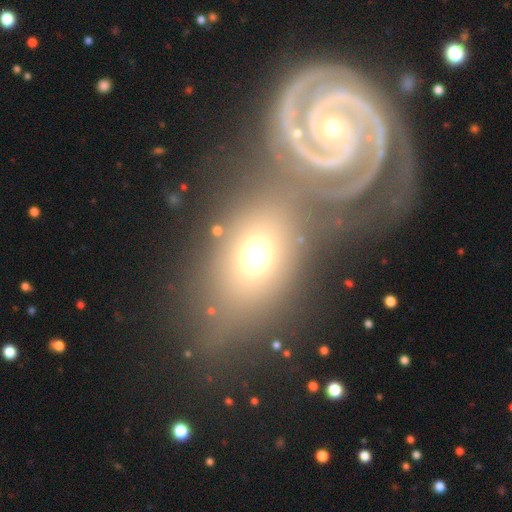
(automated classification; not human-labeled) Q: Smooth or featured?
A: featured or disk (58%); runner-up: smooth (31%)
Q: Edge-on disk?
A: no (89%); runner-up: yes (11%)
Q: Bar?
A: no (65%); runner-up: weak (21%)
Q: Spiral arms?
A: yes (85%); runner-up: no (15%)
Q: Bulge size?
A: moderate (47%); runner-up: small (35%)
Q: Merging?
A: none (53%); runner-up: merger (25%)